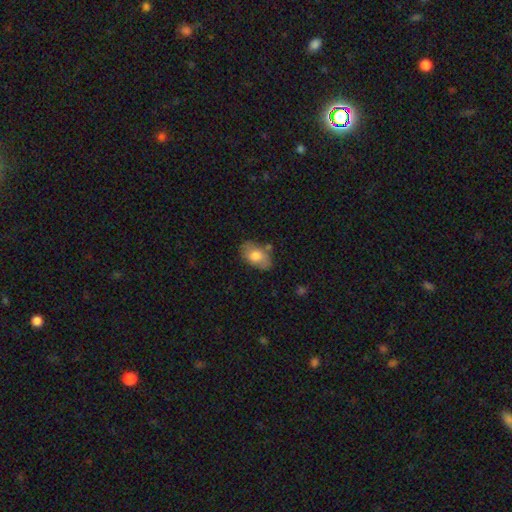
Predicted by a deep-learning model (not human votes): Smooth or featured: smooth — 72% (featured or disk — 22%)
How rounded: in between — 90% (round — 8%)
Merging: none — 66% (minor disturbance — 23%)